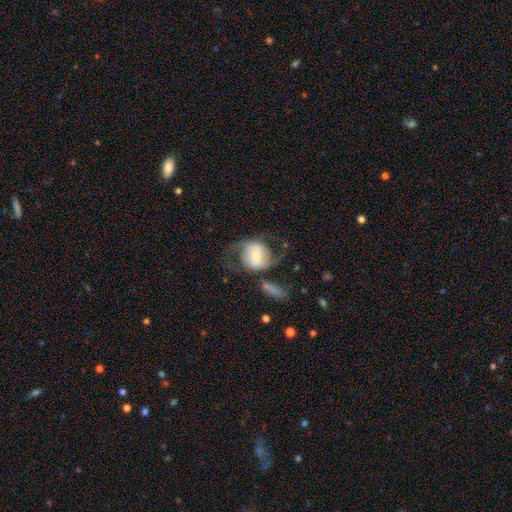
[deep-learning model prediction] Smooth or featured: featured or disk — 55% (smooth — 38%)
Edge-on disk: no — 94% (yes — 6%)
Bar: no — 39% (weak — 34%)
Spiral arms: yes — 67% (no — 33%)
Bulge size: moderate — 45% (small — 42%)
Merging: none — 50% (major disturbance — 23%)